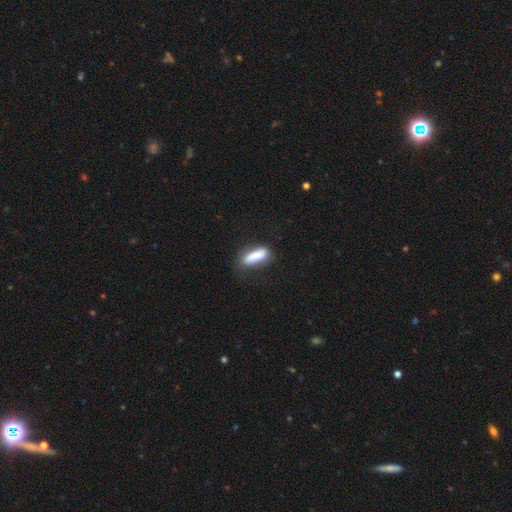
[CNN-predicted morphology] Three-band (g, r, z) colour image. It shows a smooth galaxy with no disk features (81%) that is cigar-shaped (51%). Merging: none (58%).